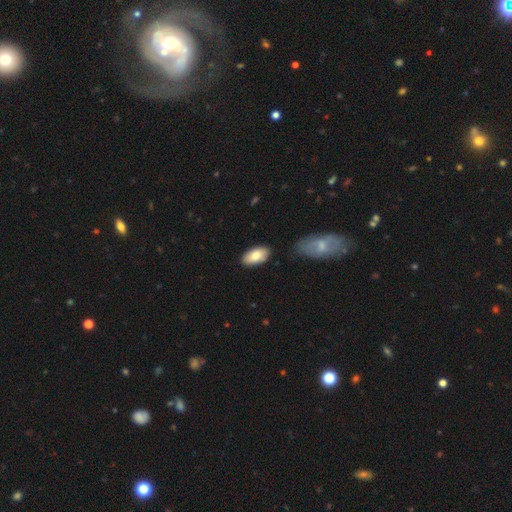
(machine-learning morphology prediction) This appears to be a smooth galaxy with no disk features (83%) that is in between round and cigar-shaped (95%). Merging: none (83%).